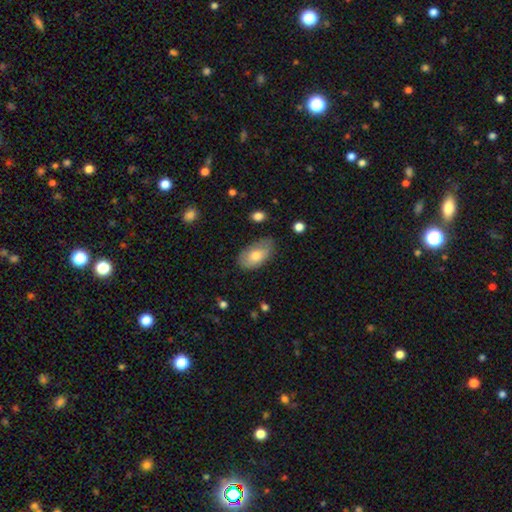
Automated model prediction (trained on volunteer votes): Smooth or featured? Predicted: smooth (p=0.70). How rounded? Predicted: in between (p=0.93). Merging? Predicted: none (p=0.63).